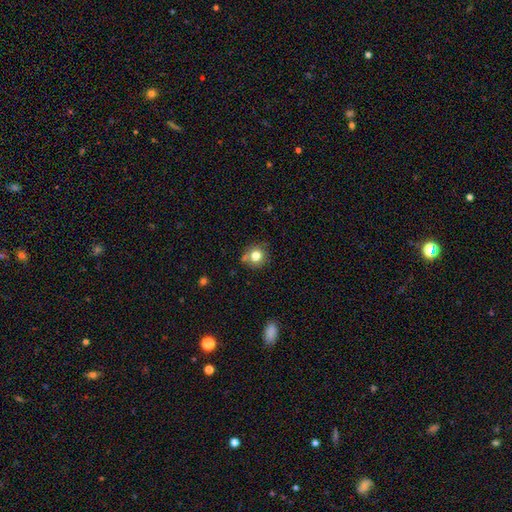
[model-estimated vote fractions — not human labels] Overall: smooth (78%). How rounded: round (89%). Merging: none (72%).